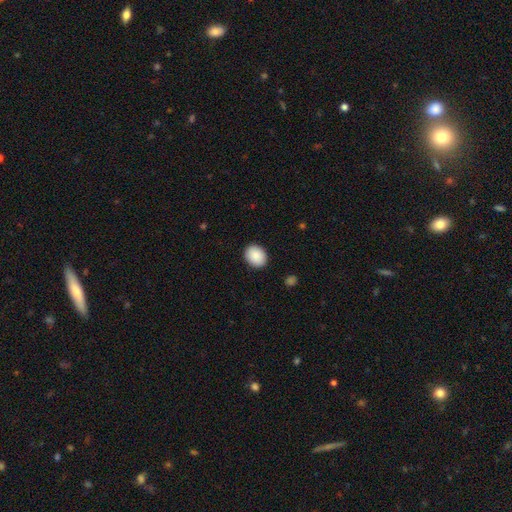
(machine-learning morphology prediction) smooth_or_featured: smooth (p=0.90) [alt: star or artifact p=0.07]
how_rounded: in between (p=0.51) [alt: round p=0.48]
merging: none (p=0.90) [alt: minor disturbance p=0.08]